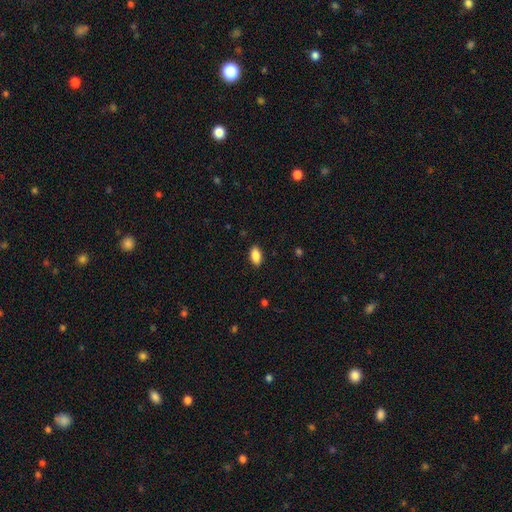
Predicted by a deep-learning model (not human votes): smooth 87%, star or artifact 7%, featured or disk 5%. Down the decision tree: how rounded — in between (92%); merging — none (89%).